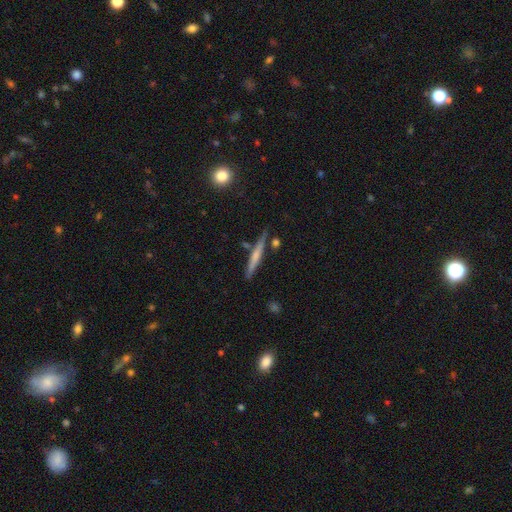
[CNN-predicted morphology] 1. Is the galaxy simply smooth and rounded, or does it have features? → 48% smooth, 46% featured or disk, 6% star or artifact.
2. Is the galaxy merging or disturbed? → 77% none, 13% minor disturbance, 7% merger, 3% major disturbance.